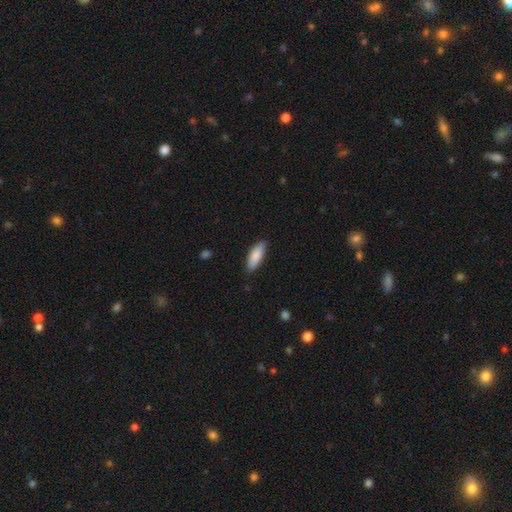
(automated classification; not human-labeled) This appears to be a smooth galaxy with no disk features (86%) that is in between round and cigar-shaped (67%). Merging: none (84%).